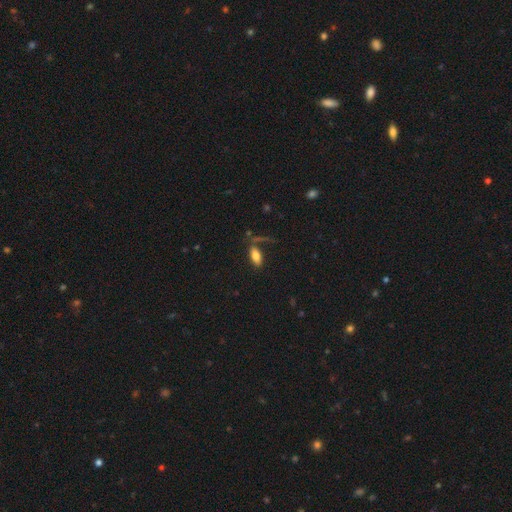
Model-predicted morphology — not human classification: smooth-or-featured: smooth: 78% | featured or disk: 13% | star or artifact: 9%
  how-rounded: in between: 86% | cigar-shaped: 10% | round: 3%
  merging: none: 65% | minor disturbance: 15% | merger: 11% | major disturbance: 9%